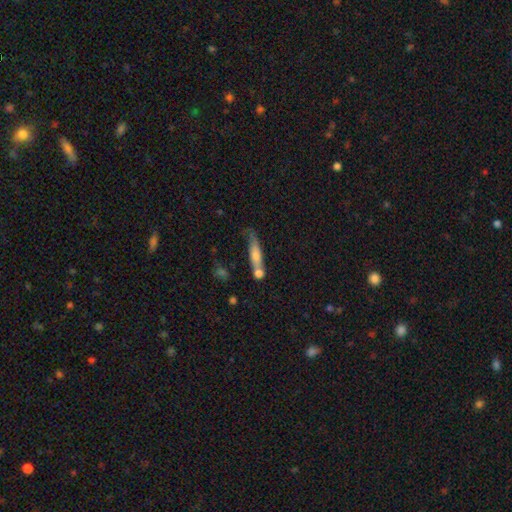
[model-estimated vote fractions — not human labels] Smooth or featured?
  - smooth: 65% *
  - featured or disk: 28%
  - star or artifact: 7%
How rounded?
  - cigar-shaped: 78% *
  - in between: 19%
  - round: 3%
Merging?
  - none: 44% *
  - merger: 30%
  - minor disturbance: 18%
  - major disturbance: 8%